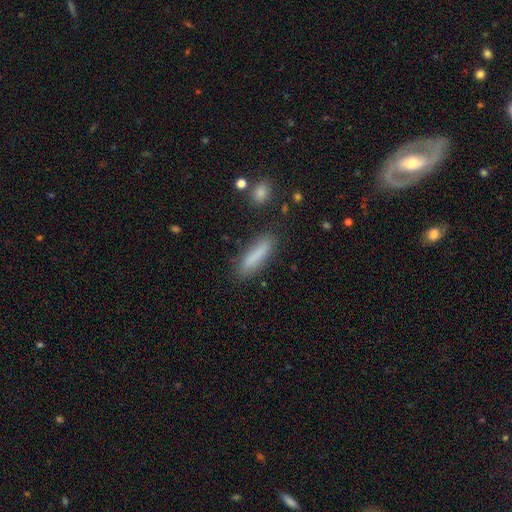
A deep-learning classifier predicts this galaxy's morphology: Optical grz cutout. It shows a smooth galaxy with no disk features (82%) that is cigar-shaped (73%). Merging: none (83%).